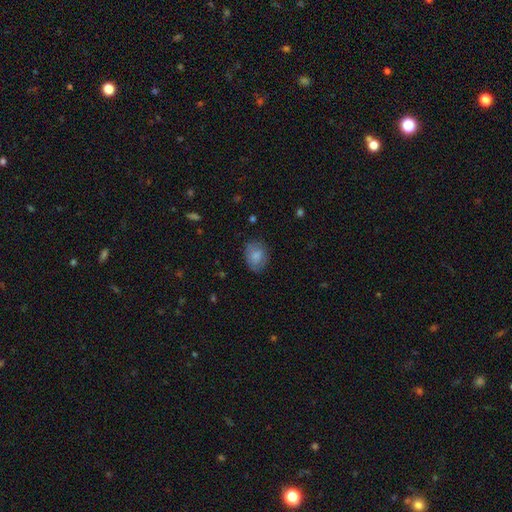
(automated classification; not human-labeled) The model was most divided on "how rounded": in between: 66%, round: 33%, cigar-shaped: 1%. More confident: smooth or featured — smooth (79%); merging — none (75%).